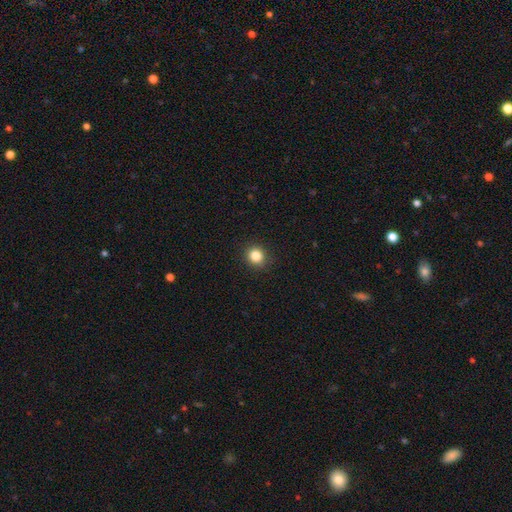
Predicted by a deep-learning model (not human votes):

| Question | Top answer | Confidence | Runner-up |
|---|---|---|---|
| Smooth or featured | smooth | 84% | star or artifact (11%) |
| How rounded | round | 86% | in between (13%) |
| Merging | none | 91% | minor disturbance (6%) |